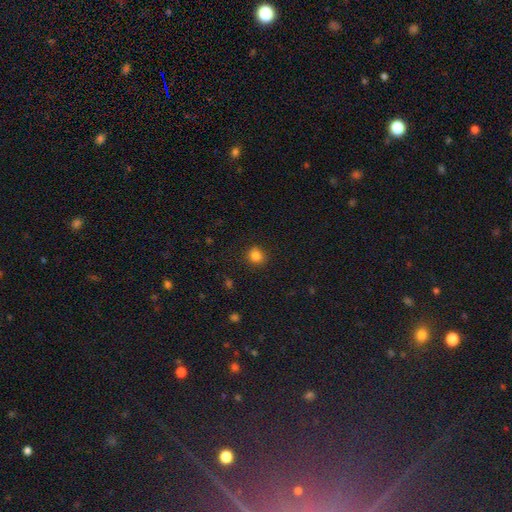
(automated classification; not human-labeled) Smooth or featured: smooth — 84% (star or artifact — 12%)
How rounded: round — 87% (in between — 12%)
Merging: none — 90% (minor disturbance — 7%)